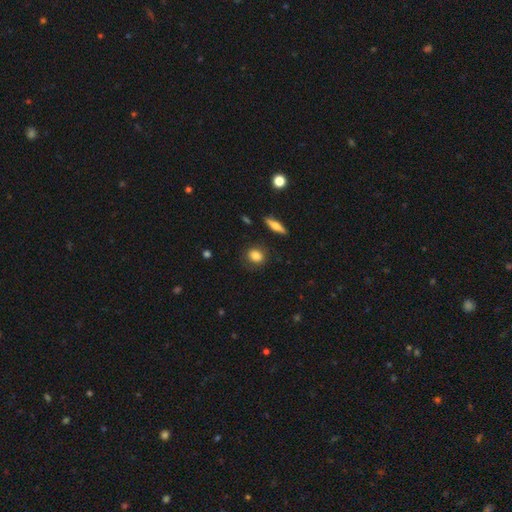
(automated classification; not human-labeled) This is clearly a smooth galaxy (83%). How rounded: possibly round (58%). Merging: likely none (79%).